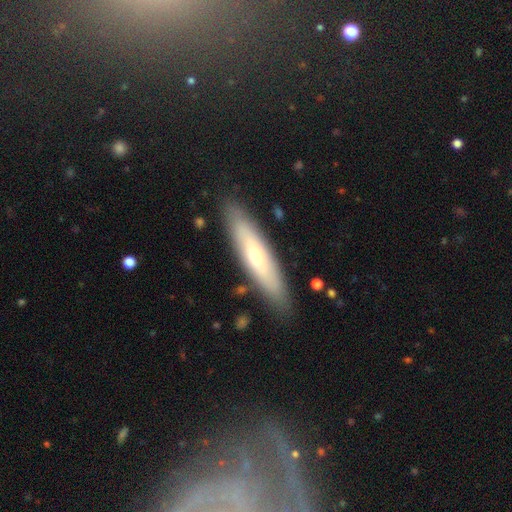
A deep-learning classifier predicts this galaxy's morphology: Smooth or featured?
  - smooth: 54% *
  - featured or disk: 41%
  - star or artifact: 6%
How rounded?
  - cigar-shaped: 72% *
  - in between: 27%
  - round: 2%
Merging?
  - none: 86% *
  - minor disturbance: 10%
  - major disturbance: 2%
  - merger: 2%